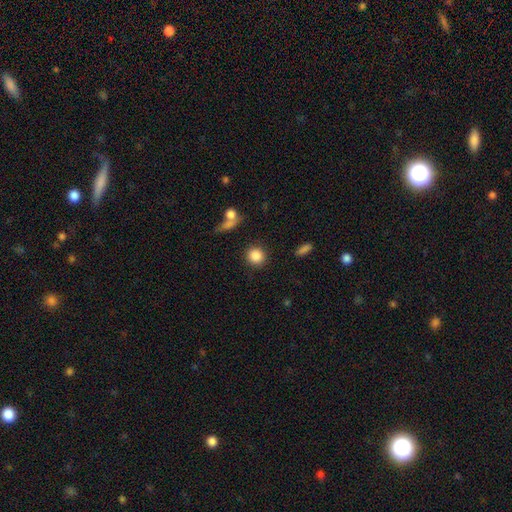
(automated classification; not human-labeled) Q: Smooth or featured?
A: smooth (86%); runner-up: star or artifact (9%)
Q: How rounded?
A: round (89%); runner-up: in between (10%)
Q: Merging?
A: none (85%); runner-up: minor disturbance (7%)